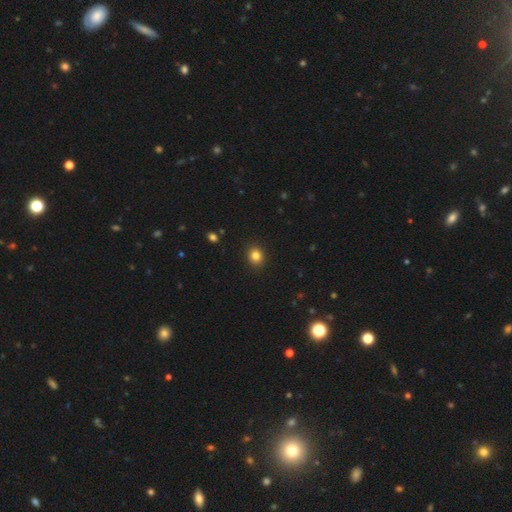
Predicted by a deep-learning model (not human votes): Morphology: type=smooth (83%); roundness=round (74%); merging=none (91%).